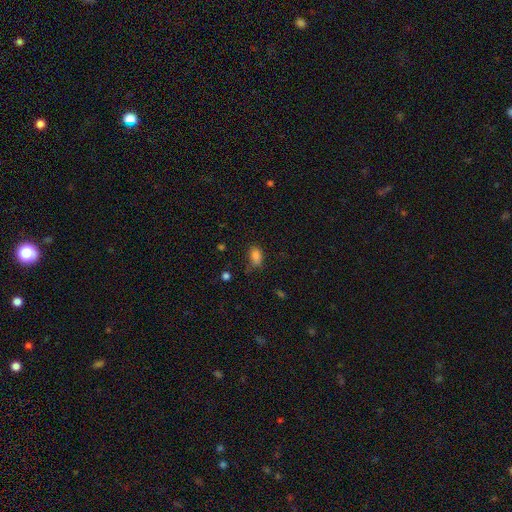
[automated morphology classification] The model was most divided on "merging": none: 66%, minor disturbance: 24%, major disturbance: 7%, merger: 3%. More confident: how rounded — in between (87%); smooth or featured — smooth (84%).